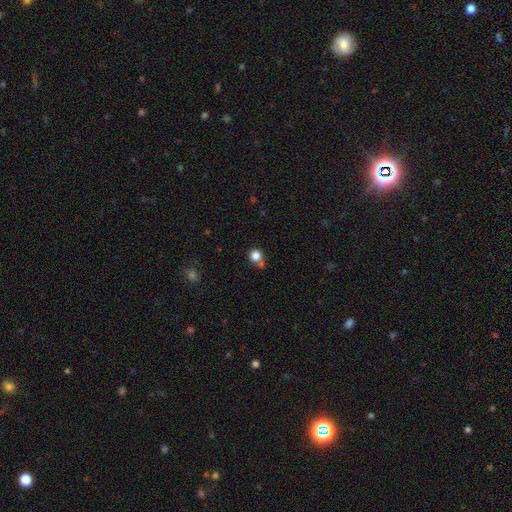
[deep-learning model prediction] Q: Smooth or featured?
A: smooth (82%); runner-up: star or artifact (12%)
Q: How rounded?
A: round (89%); runner-up: in between (10%)
Q: Merging?
A: none (63%); runner-up: merger (20%)